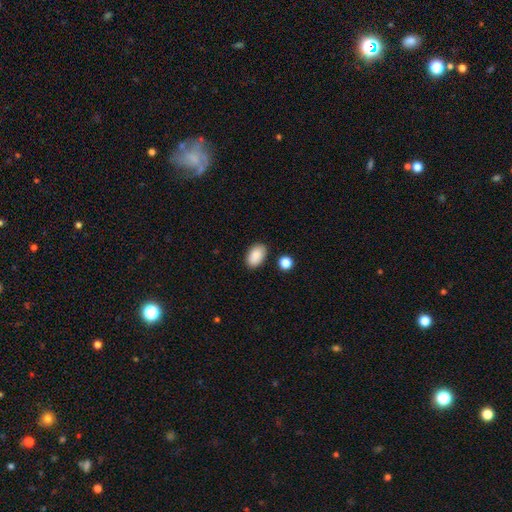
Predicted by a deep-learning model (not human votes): The model was most divided on "merging": none: 83%, minor disturbance: 11%, merger: 3%, major disturbance: 3%. More confident: how rounded — in between (91%); smooth or featured — smooth (88%).